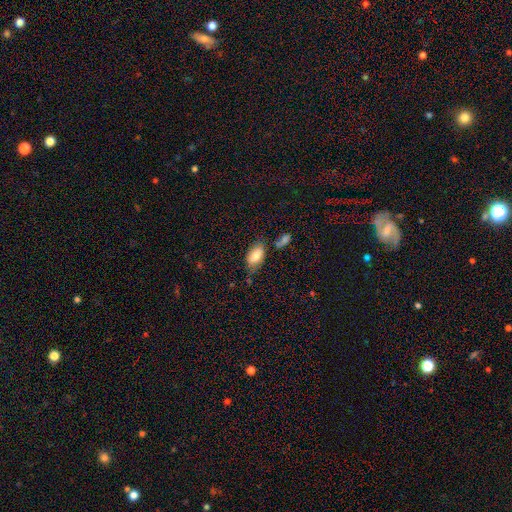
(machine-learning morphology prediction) The model was most divided on "merging": none: 66%, minor disturbance: 21%, merger: 8%, major disturbance: 5%. More confident: how rounded — in between (92%); smooth or featured — smooth (80%).